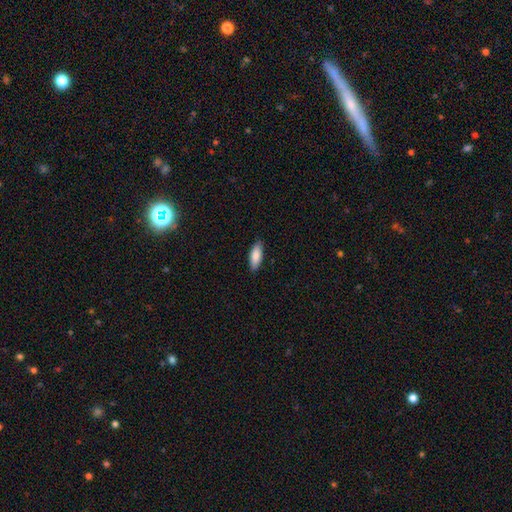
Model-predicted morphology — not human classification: Smooth or featured? Predicted: smooth (p=0.86). How rounded? Predicted: in between (p=0.69). Merging? Predicted: none (p=0.87).